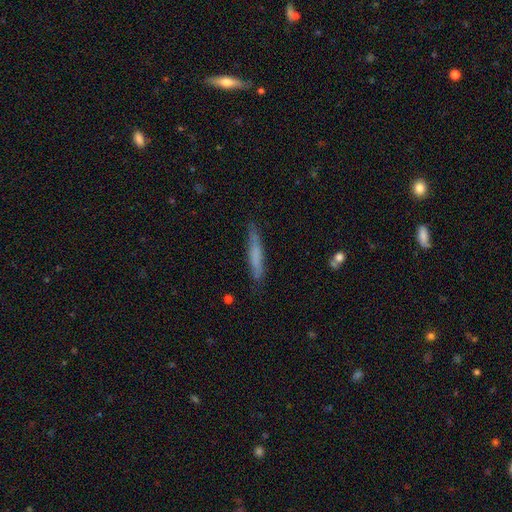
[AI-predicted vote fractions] Q: Smooth or featured?
A: smooth (64%); runner-up: featured or disk (30%)
Q: How rounded?
A: cigar-shaped (94%); runner-up: in between (5%)
Q: Merging?
A: none (81%); runner-up: minor disturbance (15%)